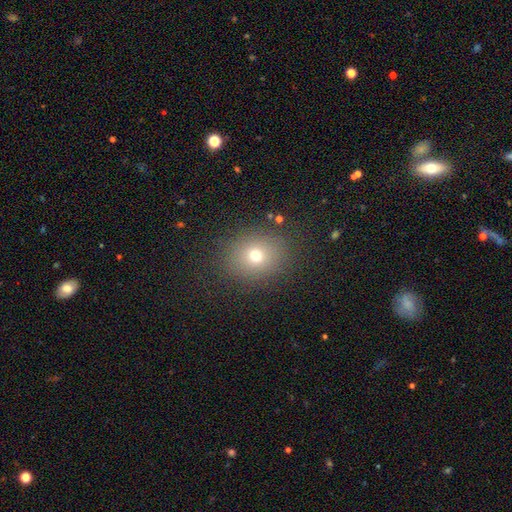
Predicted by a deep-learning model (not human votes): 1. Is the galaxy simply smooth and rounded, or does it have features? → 70% smooth, 18% star or artifact, 12% featured or disk.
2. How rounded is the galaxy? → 68% round, 31% in between, 1% cigar-shaped.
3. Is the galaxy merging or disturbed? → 85% none, 9% minor disturbance, 5% major disturbance, 1% merger.